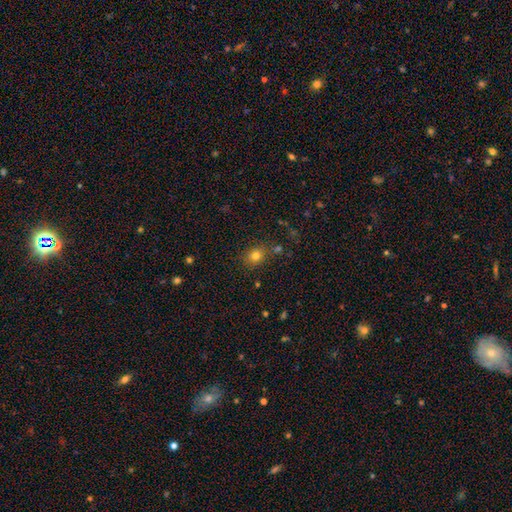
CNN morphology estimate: type=smooth (78%); roundness=round (68%); merging=none (79%).